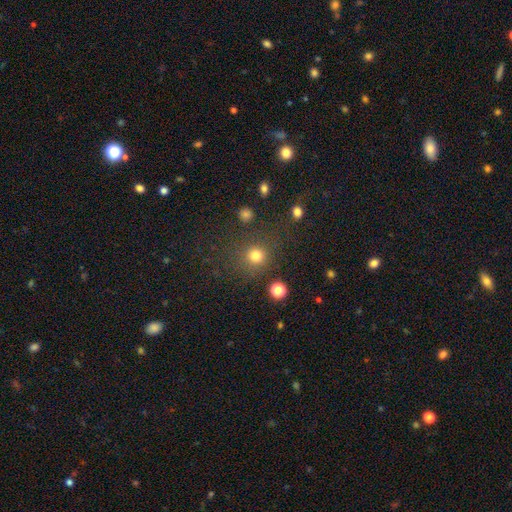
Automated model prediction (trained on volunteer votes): Smooth or featured? Predicted: smooth (p=0.79). How rounded? Predicted: round (p=0.91). Merging? Predicted: none (p=0.79).